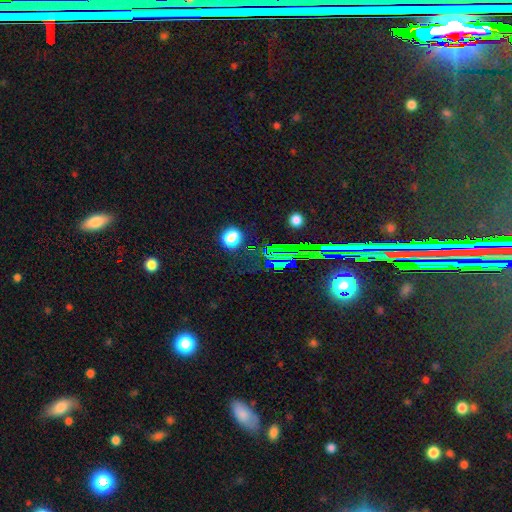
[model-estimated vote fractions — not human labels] A star or artifact, not a galaxy (75%).